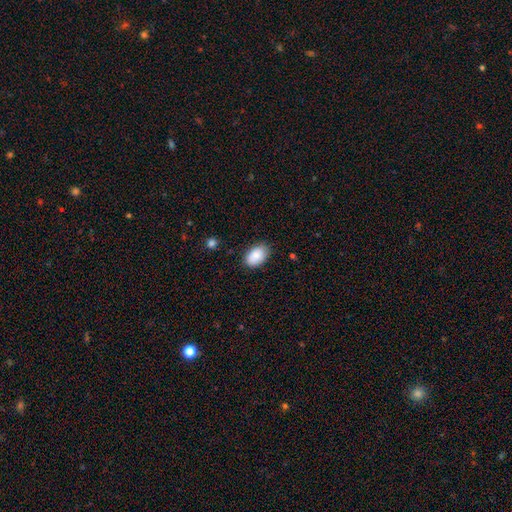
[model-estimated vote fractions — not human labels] Morphology: type=smooth (88%); roundness=in between (90%); merging=none (82%).